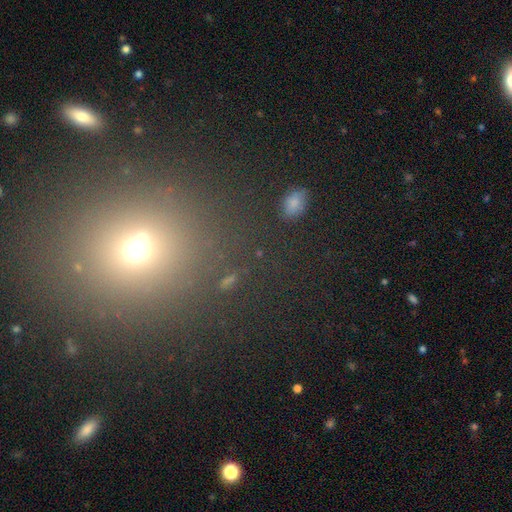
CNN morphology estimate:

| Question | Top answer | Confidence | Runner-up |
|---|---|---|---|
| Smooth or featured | smooth | 49% | star or artifact (42%) |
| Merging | none | 84% | minor disturbance (8%) |